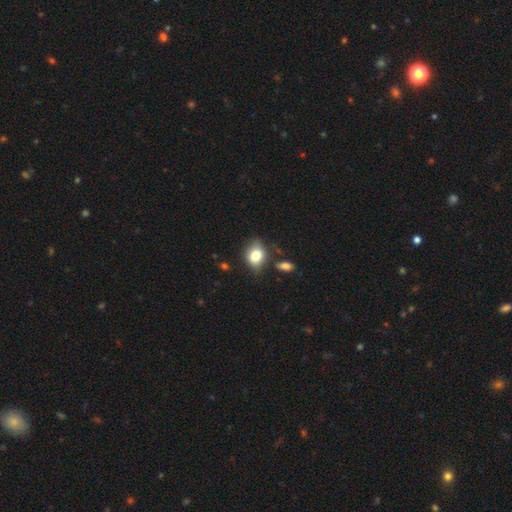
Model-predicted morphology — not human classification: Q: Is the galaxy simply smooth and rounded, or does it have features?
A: smooth — 79%.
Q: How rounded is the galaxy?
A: in between — 59%.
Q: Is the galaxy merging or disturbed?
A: none — 68%.